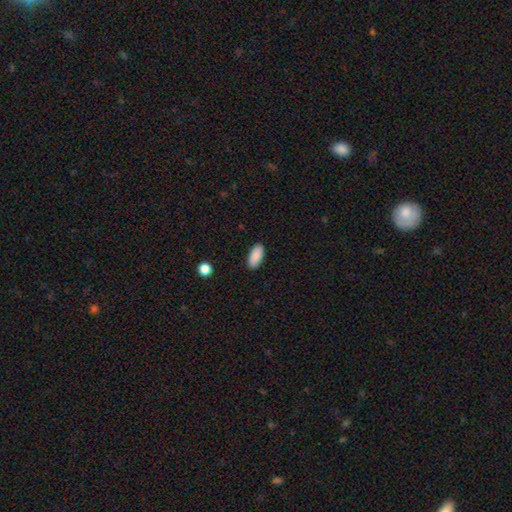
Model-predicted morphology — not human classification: A smooth galaxy with no disk features (90%) that is in between round and cigar-shaped (91%). Merging: none (90%).